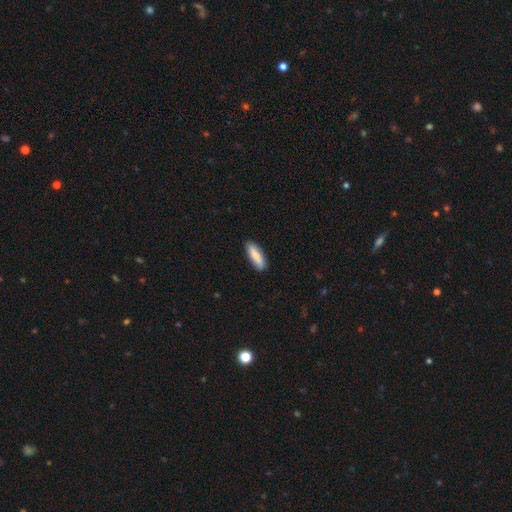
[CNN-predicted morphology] A smooth galaxy with no disk features (85%) that is cigar-shaped (55%).

Vote fractions:
- Smooth or featured? smooth: 85% / featured or disk: 10% / star or artifact: 5%
- How rounded? cigar-shaped: 55% / in between: 43% / round: 2%
- Merging? none: 87% / minor disturbance: 10% / major disturbance: 2% / merger: 1%